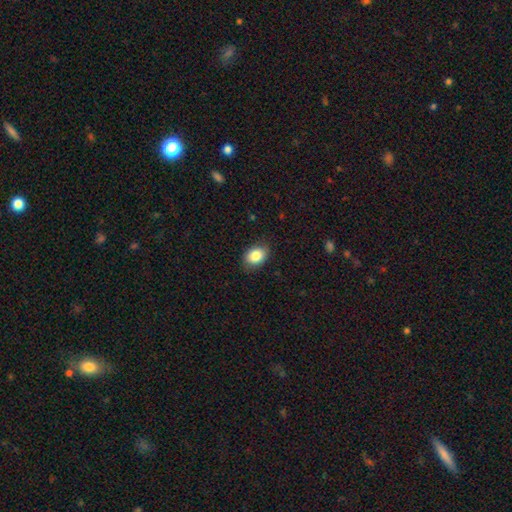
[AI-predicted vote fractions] smooth-or-featured: smooth: 85% | star or artifact: 8% | featured or disk: 7%
  how-rounded: in between: 76% | round: 23% | cigar-shaped: 1%
  merging: none: 85% | minor disturbance: 12% | major disturbance: 2% | merger: 1%